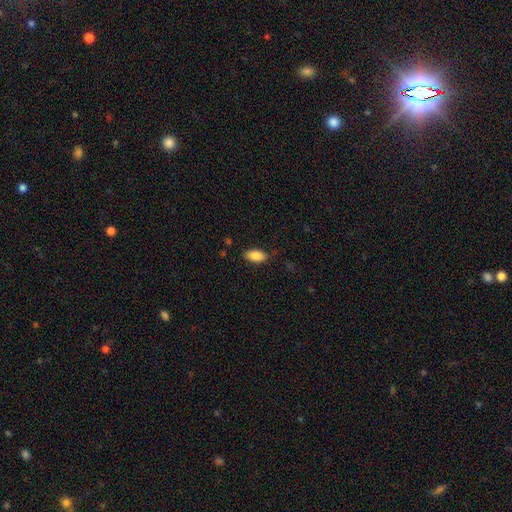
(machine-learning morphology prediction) Smooth or featured? smooth (85%)
How rounded? in between (91%)
Merging? none (80%)